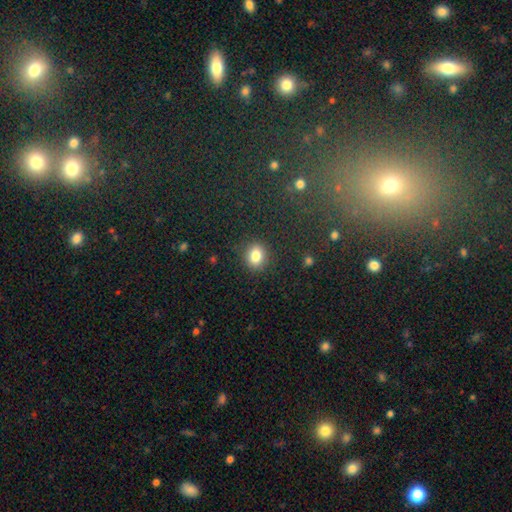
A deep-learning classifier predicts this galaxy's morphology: The model was most divided on "how rounded": round: 62%, in between: 37%, cigar-shaped: 1%. More confident: merging — none (88%); smooth or featured — smooth (82%).